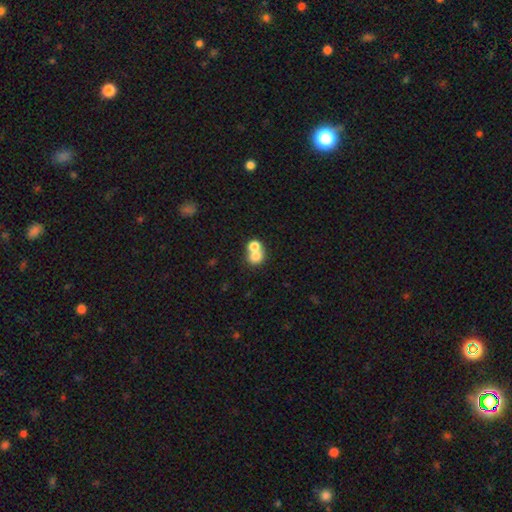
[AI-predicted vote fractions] A smooth galaxy with no disk features (74%) that is round (71%). Merging: merger (65%).